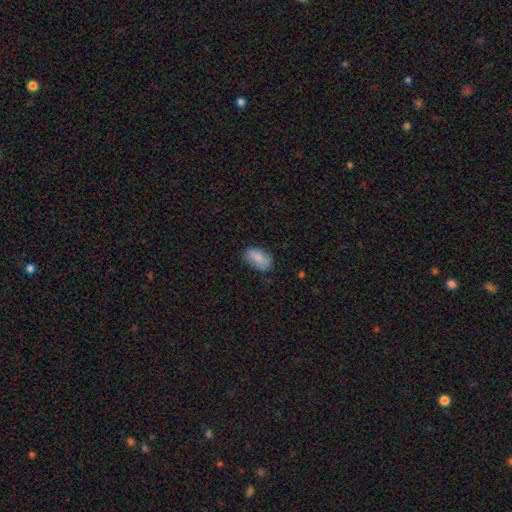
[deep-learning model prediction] This appears to be a smooth galaxy with no disk features (81%) that is in between round and cigar-shaped (91%). Merging: none (75%).